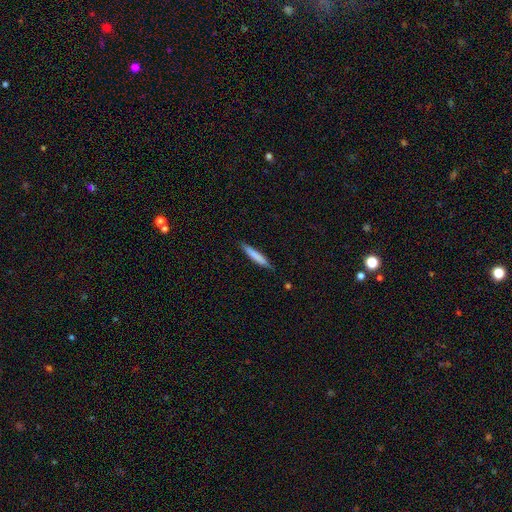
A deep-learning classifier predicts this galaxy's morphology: The model was most divided on "smooth or featured": smooth: 76%, featured or disk: 18%, star or artifact: 6%. More confident: how rounded — cigar-shaped (93%); merging — none (86%).